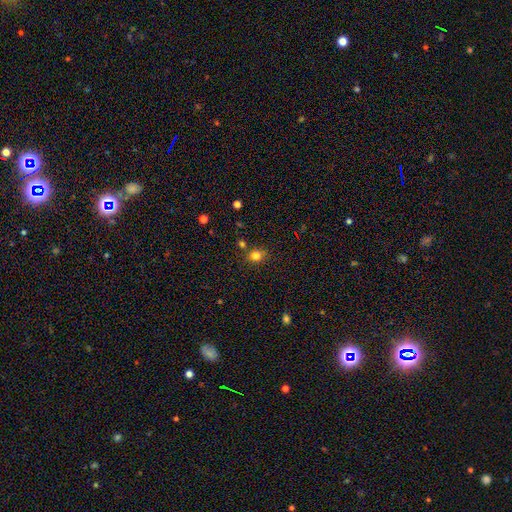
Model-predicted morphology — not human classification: Q: Smooth or featured?
A: smooth (79%); runner-up: star or artifact (15%)
Q: How rounded?
A: round (70%); runner-up: in between (29%)
Q: Merging?
A: none (76%); runner-up: minor disturbance (12%)